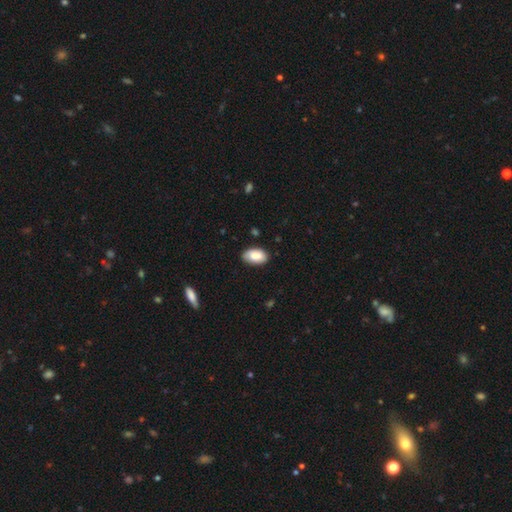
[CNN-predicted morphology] This is clearly a smooth galaxy (84%). How rounded: clearly in between (93%). Merging: likely none (80%).